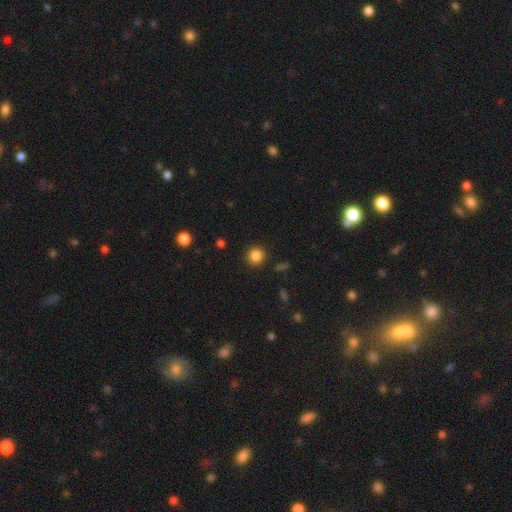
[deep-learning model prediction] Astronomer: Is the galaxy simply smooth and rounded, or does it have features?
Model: smooth — 85%.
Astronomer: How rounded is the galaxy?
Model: round — 92%.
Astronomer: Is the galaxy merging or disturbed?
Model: none — 91%.